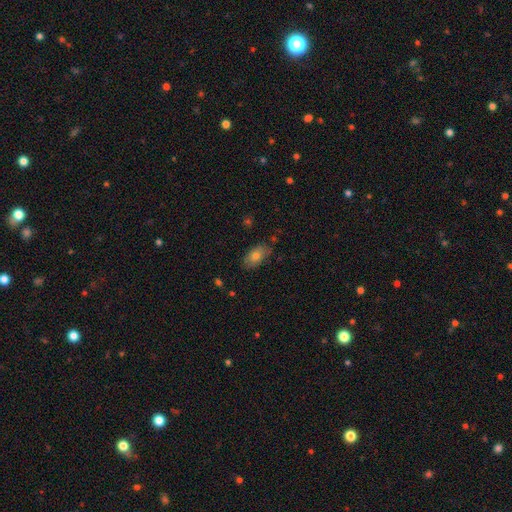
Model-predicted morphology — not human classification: This appears to be a smooth galaxy with no disk features (76%) that is in between round and cigar-shaped (90%). Merging: none (77%).